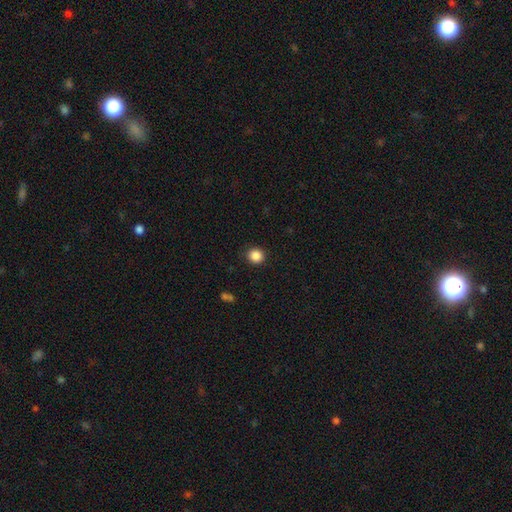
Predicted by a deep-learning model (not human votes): smooth 87%, star or artifact 10%, featured or disk 3%. Down the decision tree: how rounded — round (89%); merging — none (90%).